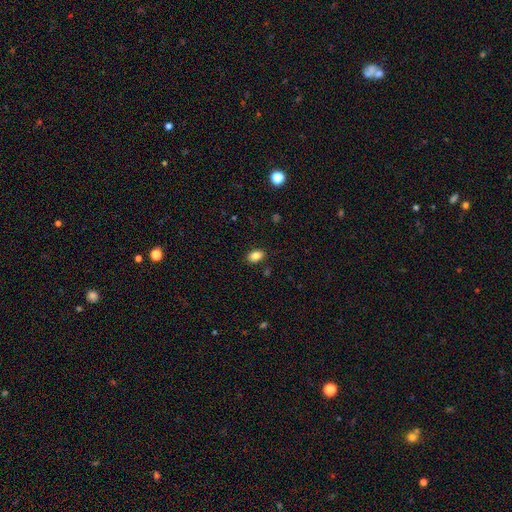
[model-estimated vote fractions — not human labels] A smooth galaxy with no disk features (84%) that is in between round and cigar-shaped (86%).

Vote fractions:
- Smooth or featured? smooth: 84% / star or artifact: 9% / featured or disk: 7%
- How rounded? in between: 86% / round: 12% / cigar-shaped: 1%
- Merging? none: 87% / minor disturbance: 9% / major disturbance: 2% / merger: 2%